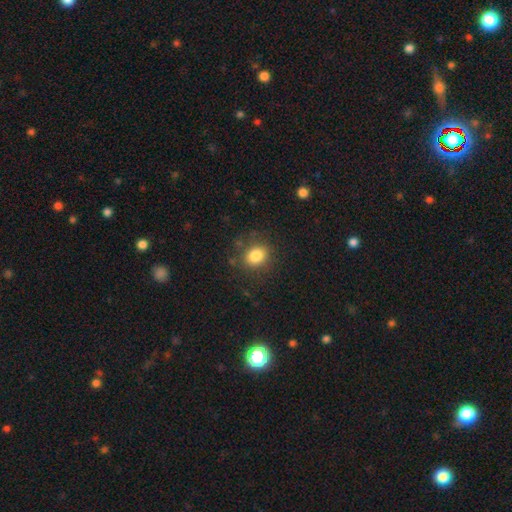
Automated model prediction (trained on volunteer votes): Smooth or featured?
  - smooth: 82% *
  - star or artifact: 11%
  - featured or disk: 7%
How rounded?
  - round: 64% *
  - in between: 35%
  - cigar-shaped: 1%
Merging?
  - none: 82% *
  - minor disturbance: 12%
  - major disturbance: 4%
  - merger: 2%